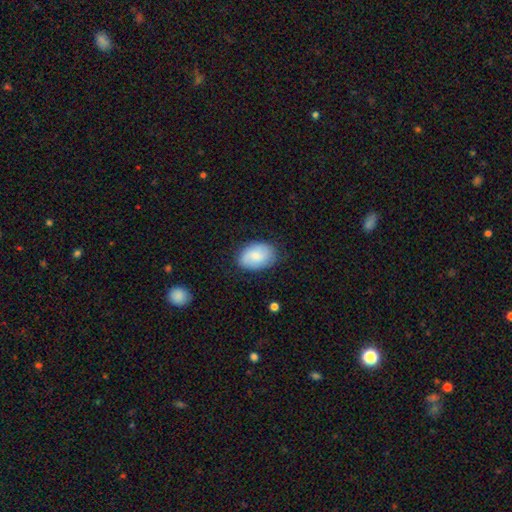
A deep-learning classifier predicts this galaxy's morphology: This appears to be a smooth galaxy with no disk features (77%) that is in between round and cigar-shaped (86%). Merging: none (77%).